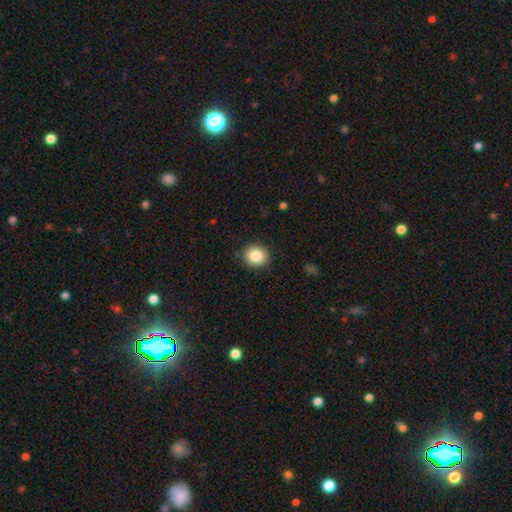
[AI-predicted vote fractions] smooth-or-featured: smooth: 85% | star or artifact: 9% | featured or disk: 6%
  how-rounded: round: 77% | in between: 23% | cigar-shaped: 1%
  merging: none: 88% | minor disturbance: 9% | major disturbance: 2% | merger: 1%